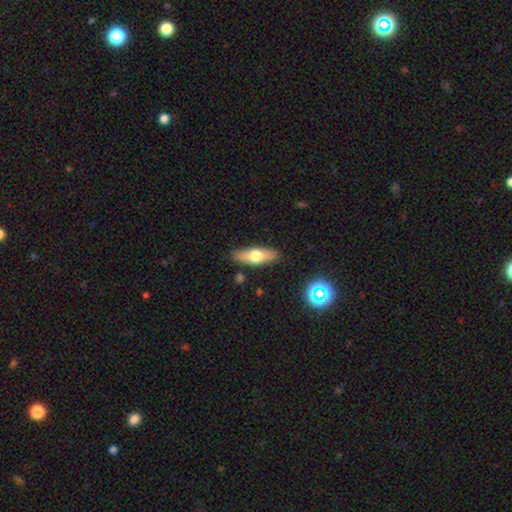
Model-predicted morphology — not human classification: type=smooth (56%); roundness=in between (56%); merging=none (86%).